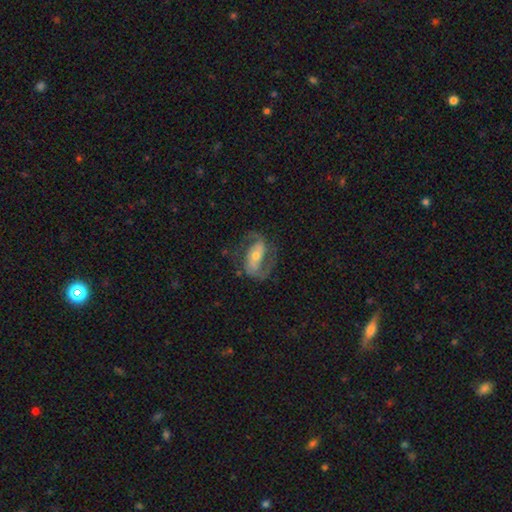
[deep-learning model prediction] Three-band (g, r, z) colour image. It shows a featured or disk galaxy (84%) with a strong bar (40%), 2 (90%) medium (53%) spiral arms (94%) and a small central bulge (46%, tied with moderate). Merging: none (71%).